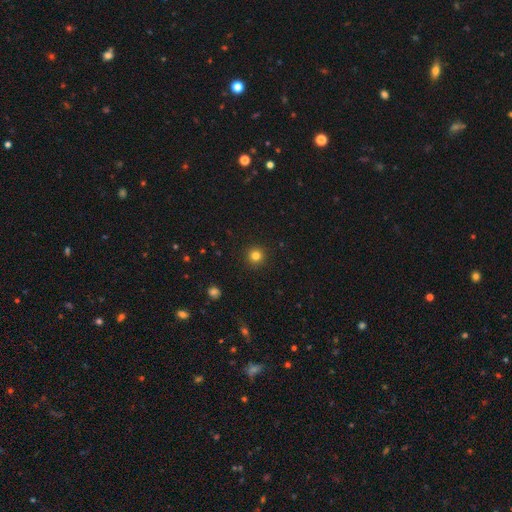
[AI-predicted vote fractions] A smooth galaxy with no disk features (81%) that is round (95%).

Vote fractions:
- Smooth or featured? smooth: 81% / star or artifact: 13% / featured or disk: 5%
- How rounded? round: 95% / in between: 4% / cigar-shaped: 1%
- Merging? none: 93% / minor disturbance: 5% / major disturbance: 2% / merger: 1%